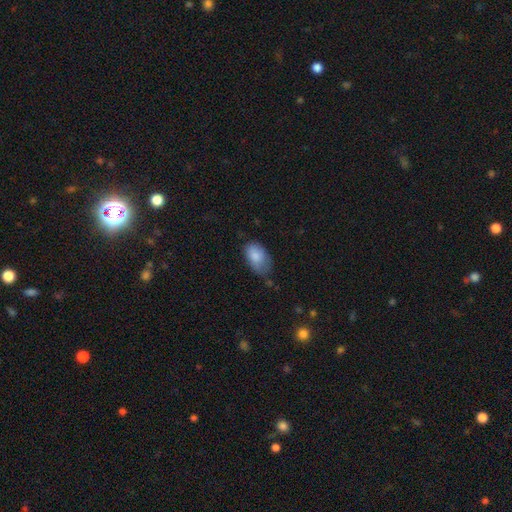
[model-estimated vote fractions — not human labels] A smooth galaxy with no disk features (83%) that is in between round and cigar-shaped (92%).

Vote fractions:
- Smooth or featured? smooth: 83% / featured or disk: 10% / star or artifact: 7%
- How rounded? in between: 92% / round: 6% / cigar-shaped: 2%
- Merging? none: 47% / minor disturbance: 39% / major disturbance: 11% / merger: 3%